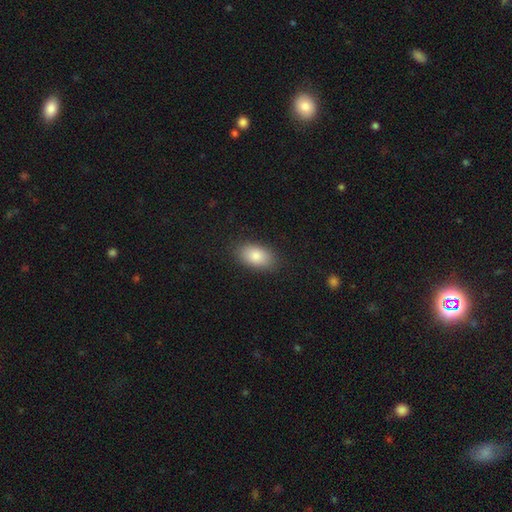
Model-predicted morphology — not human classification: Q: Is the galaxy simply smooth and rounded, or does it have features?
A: smooth — 84%.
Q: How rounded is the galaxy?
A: in between — 92%.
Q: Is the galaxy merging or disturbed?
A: none — 87%.